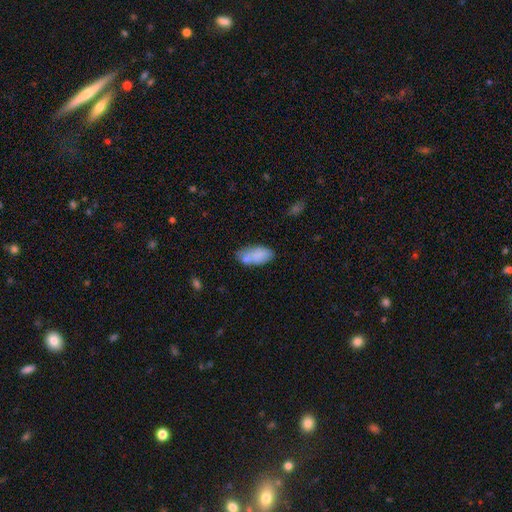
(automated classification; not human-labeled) This is likely a smooth galaxy (76%). How rounded: clearly in between (92%). Merging: possibly none (54%).